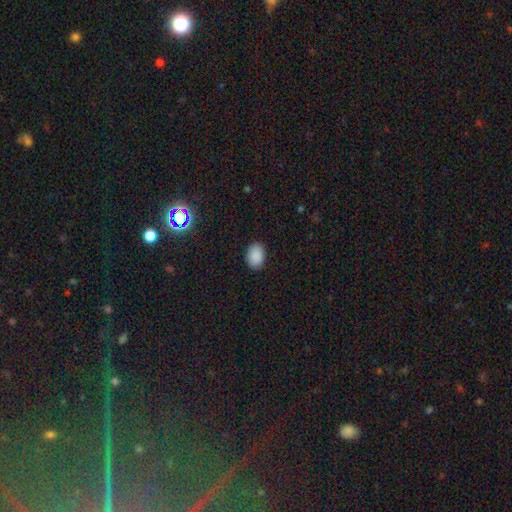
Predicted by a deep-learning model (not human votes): Smooth or featured: smooth — 88% (star or artifact — 9%)
How rounded: in between — 73% (round — 26%)
Merging: none — 89% (minor disturbance — 8%)